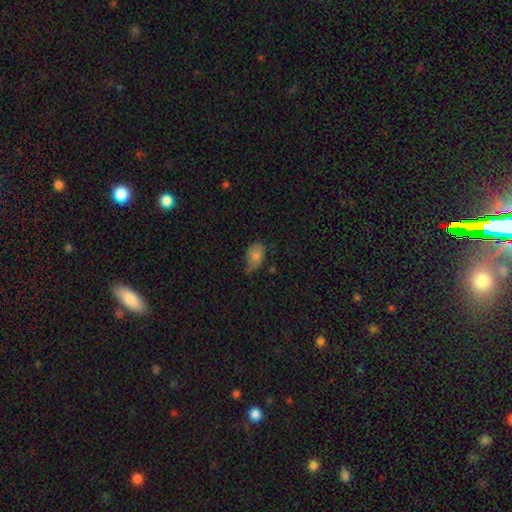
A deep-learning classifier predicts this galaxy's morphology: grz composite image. It shows a smooth galaxy with no disk features (77%) that is in between round and cigar-shaped (83%). Merging: none (43%, tied with minor disturbance).